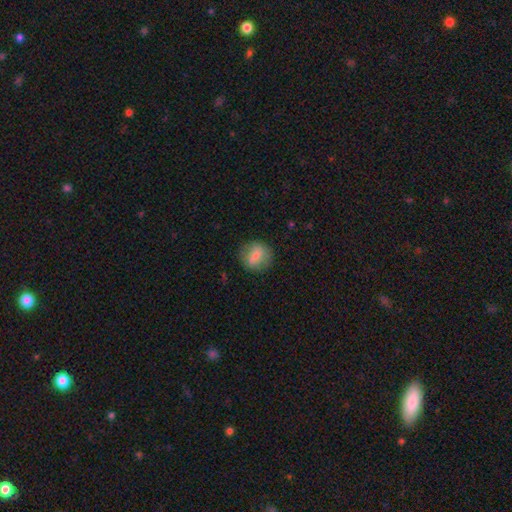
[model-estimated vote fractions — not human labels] A smooth galaxy with no disk features (71%) that is round (79%). Merging: none (81%).